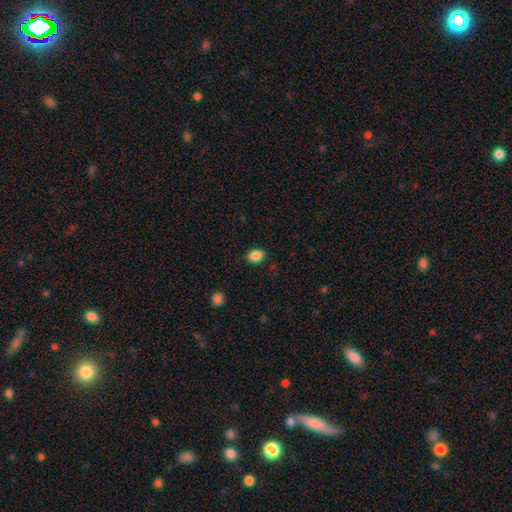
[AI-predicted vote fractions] Smooth or featured? Predicted: smooth (p=0.87). How rounded? Predicted: in between (p=0.77). Merging? Predicted: none (p=0.84).